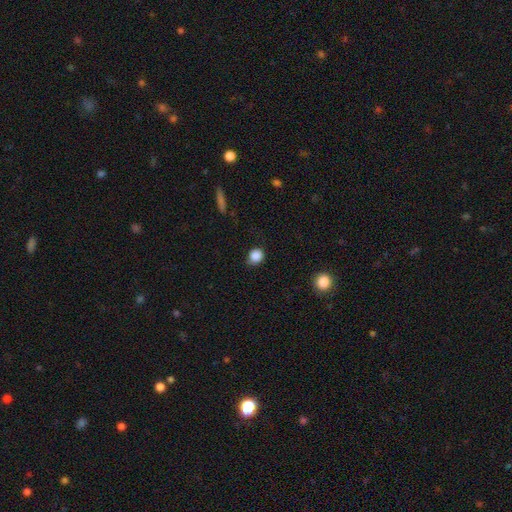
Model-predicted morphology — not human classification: Smooth or featured?
  - smooth: 86% *
  - star or artifact: 10%
  - featured or disk: 3%
How rounded?
  - round: 80% *
  - in between: 19%
  - cigar-shaped: 1%
Merging?
  - none: 74% *
  - minor disturbance: 20%
  - major disturbance: 4%
  - merger: 2%